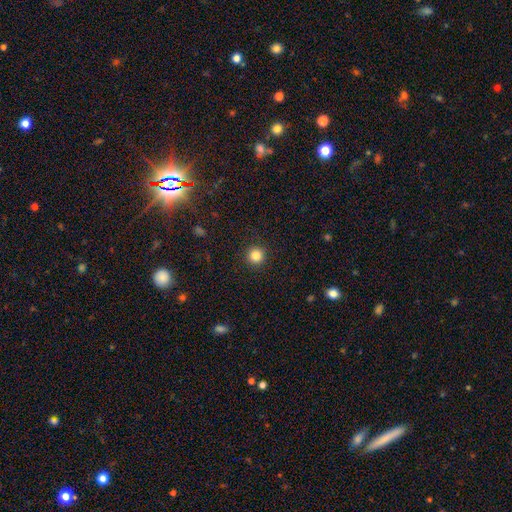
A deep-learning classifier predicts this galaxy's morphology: A smooth galaxy with no disk features (84%) that is round (95%).

Vote fractions:
- Smooth or featured? smooth: 84% / star or artifact: 11% / featured or disk: 4%
- How rounded? round: 95% / in between: 4% / cigar-shaped: 1%
- Merging? none: 92% / minor disturbance: 5% / major disturbance: 2% / merger: 1%